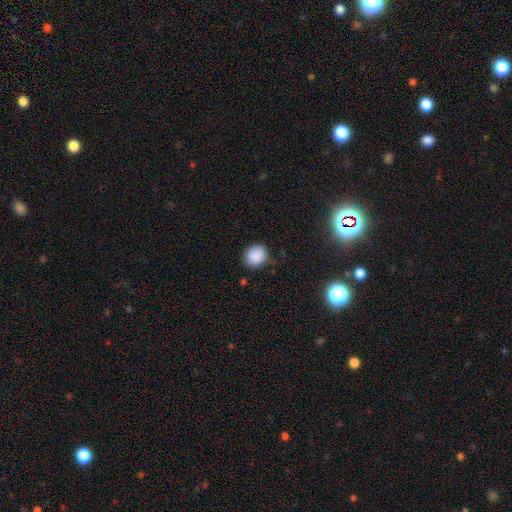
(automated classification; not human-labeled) Smooth or featured?
  - smooth: 87% *
  - star or artifact: 9%
  - featured or disk: 4%
How rounded?
  - round: 73% *
  - in between: 26%
  - cigar-shaped: 1%
Merging?
  - none: 76% *
  - minor disturbance: 18%
  - major disturbance: 4%
  - merger: 2%